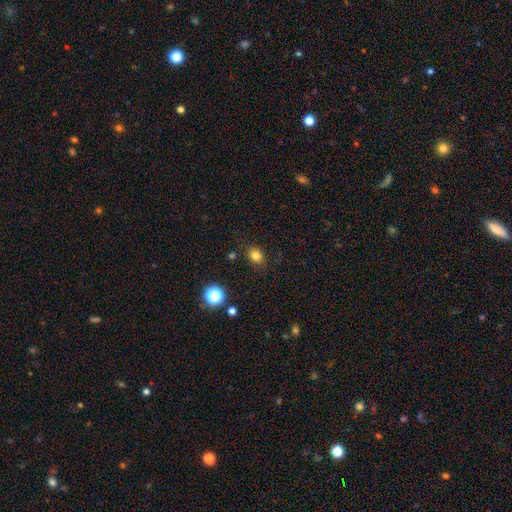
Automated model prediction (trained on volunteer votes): The model was most divided on "how rounded": round: 52%, in between: 47%, cigar-shaped: 1%. More confident: merging — none (82%); smooth or featured — smooth (80%).